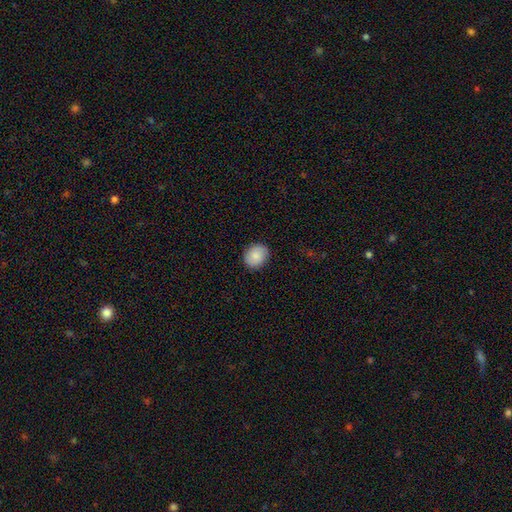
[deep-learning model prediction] Overall: smooth (85%). How rounded: round (66%; in between 33%). Merging: none (88%).